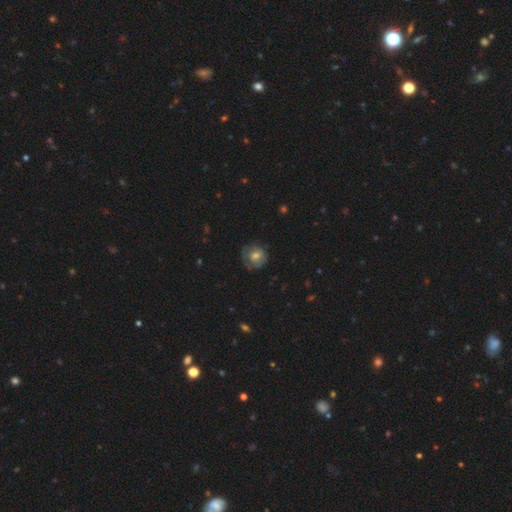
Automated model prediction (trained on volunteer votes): A smooth galaxy with no disk features (62%) that is round (86%).

Vote fractions:
- Smooth or featured? smooth: 62% / featured or disk: 29% / star or artifact: 9%
- How rounded? round: 86% / in between: 13% / cigar-shaped: 1%
- Merging? none: 69% / minor disturbance: 21% / major disturbance: 8% / merger: 1%